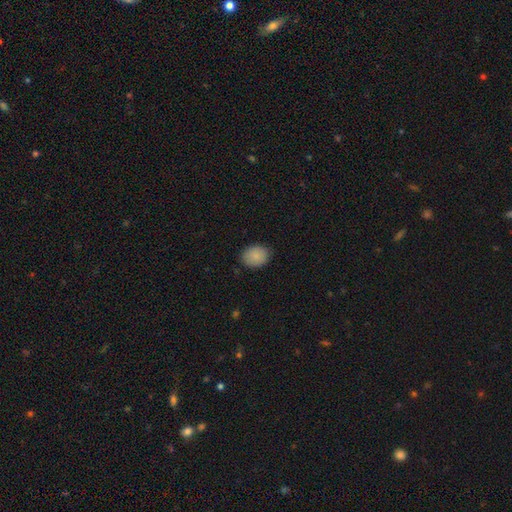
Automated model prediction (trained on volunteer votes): Smooth or featured?
  - smooth: 87% *
  - star or artifact: 8%
  - featured or disk: 5%
How rounded?
  - in between: 53% *
  - round: 47%
  - cigar-shaped: 1%
Merging?
  - none: 86% *
  - minor disturbance: 11%
  - major disturbance: 2%
  - merger: 1%